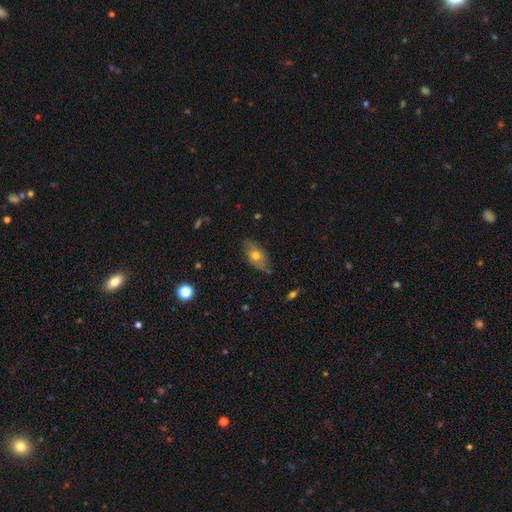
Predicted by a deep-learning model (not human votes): smooth 56%, featured or disk 36%, star or artifact 9%. Down the decision tree: how rounded — in between (86%); merging — none (74%).